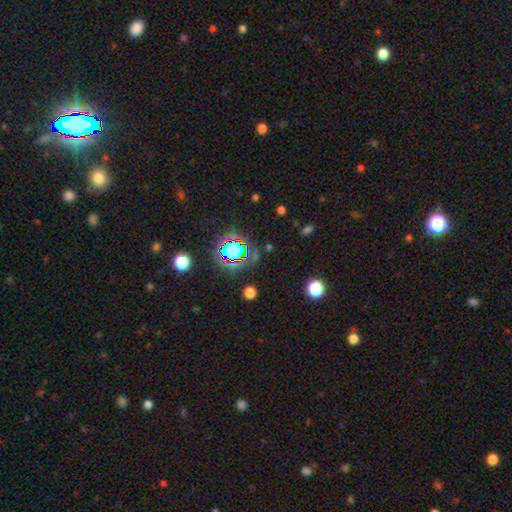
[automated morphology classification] Q: Smooth or featured?
A: star or artifact (77%); runner-up: smooth (15%)